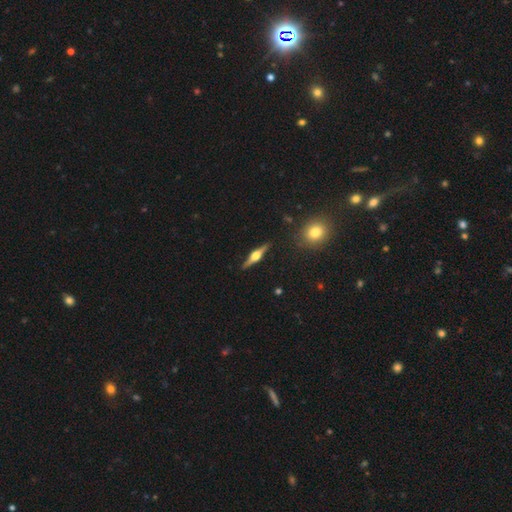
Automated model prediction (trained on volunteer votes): Q: Smooth or featured?
A: featured or disk (77%); runner-up: smooth (17%)
Q: Edge-on disk?
A: yes (98%); runner-up: no (2%)
Q: Edge-on bulge?
A: rounded (93%); runner-up: boxy (5%)
Q: Merging?
A: none (90%); runner-up: minor disturbance (7%)